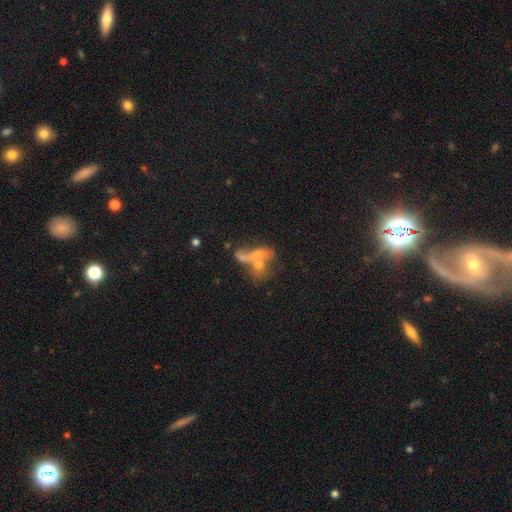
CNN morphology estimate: Q: Smooth or featured?
A: featured or disk (47%); runner-up: smooth (32%)
Q: Merging?
A: merger (55%); runner-up: none (22%)